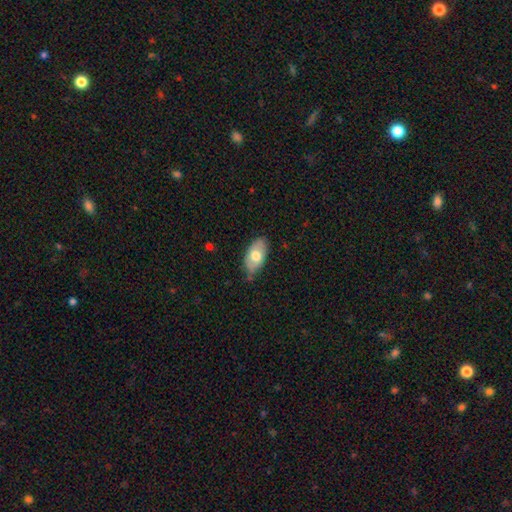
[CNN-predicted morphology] Smooth or featured: smooth — 69% (featured or disk — 25%)
How rounded: in between — 93% (round — 4%)
Merging: none — 71% (minor disturbance — 24%)